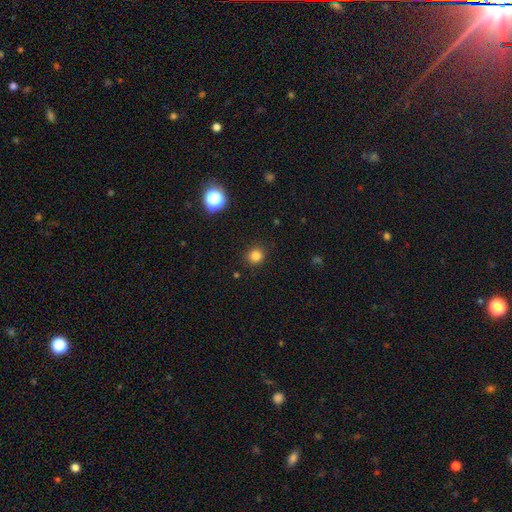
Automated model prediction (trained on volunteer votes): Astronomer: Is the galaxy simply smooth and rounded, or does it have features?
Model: smooth — 82%.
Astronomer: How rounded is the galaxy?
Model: round — 90%.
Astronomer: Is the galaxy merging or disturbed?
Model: none — 90%.